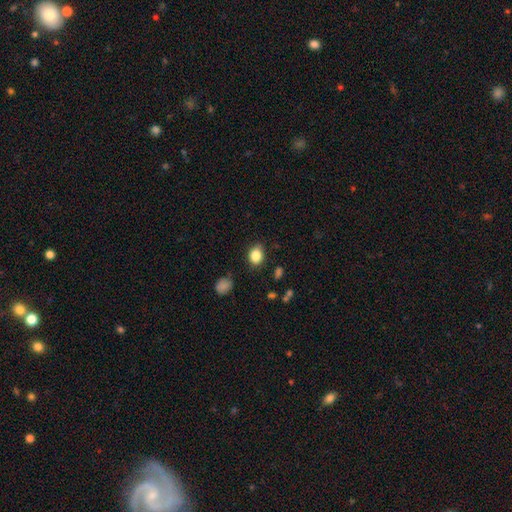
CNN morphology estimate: Overall: smooth (85%). How rounded: in between (58%; round 41%). Merging: none (79%).